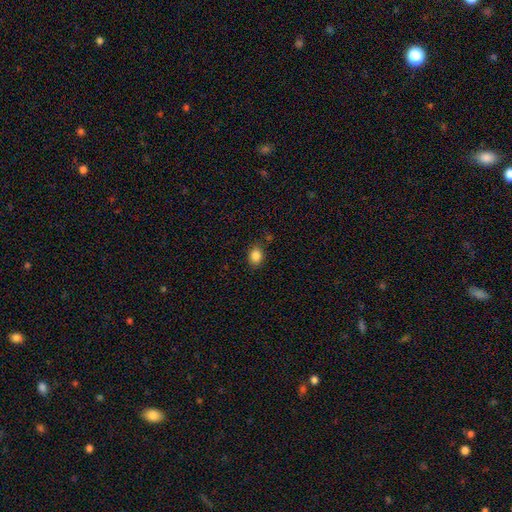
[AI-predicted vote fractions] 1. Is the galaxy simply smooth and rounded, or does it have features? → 86% smooth, 10% star or artifact, 4% featured or disk.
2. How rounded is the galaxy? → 54% in between, 45% round, 1% cigar-shaped.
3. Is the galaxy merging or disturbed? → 81% none, 13% minor disturbance, 3% major disturbance, 3% merger.